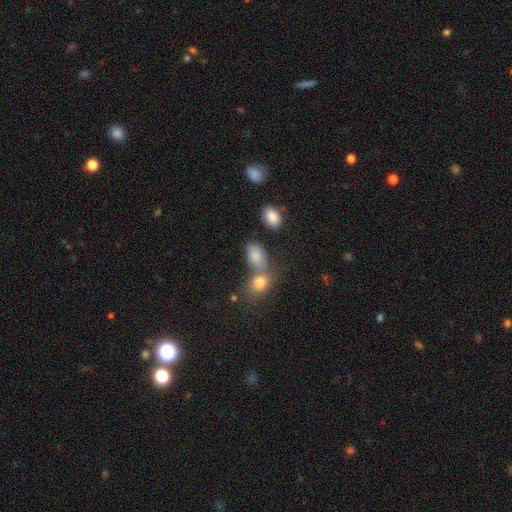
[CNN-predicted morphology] The model was most divided on "merging": none: 45%, merger: 33%, minor disturbance: 15%, major disturbance: 7%. More confident: how rounded — in between (88%); smooth or featured — smooth (81%).